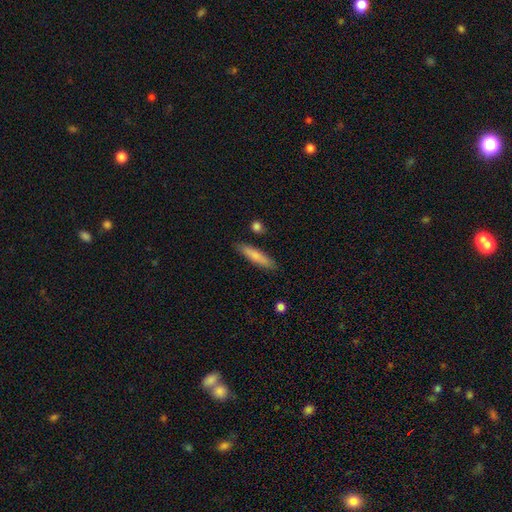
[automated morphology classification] Overall: smooth (78%). How rounded: cigar-shaped (84%). Merging: none (86%).